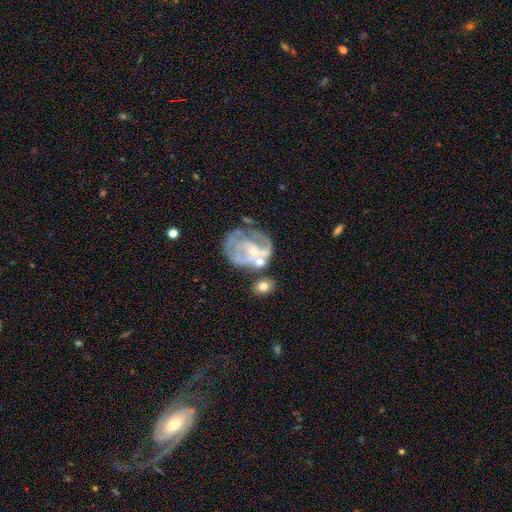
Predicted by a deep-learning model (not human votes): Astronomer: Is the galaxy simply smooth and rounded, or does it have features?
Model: featured or disk — 70%.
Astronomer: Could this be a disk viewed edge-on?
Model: no — 98%.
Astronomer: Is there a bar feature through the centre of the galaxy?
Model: no — 71%.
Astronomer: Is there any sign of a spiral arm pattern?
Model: no — 57% (runner-up: yes, 43%).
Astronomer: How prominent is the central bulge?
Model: small — 54%.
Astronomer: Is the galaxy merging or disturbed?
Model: none — 36% (runner-up: major disturbance, 27%).